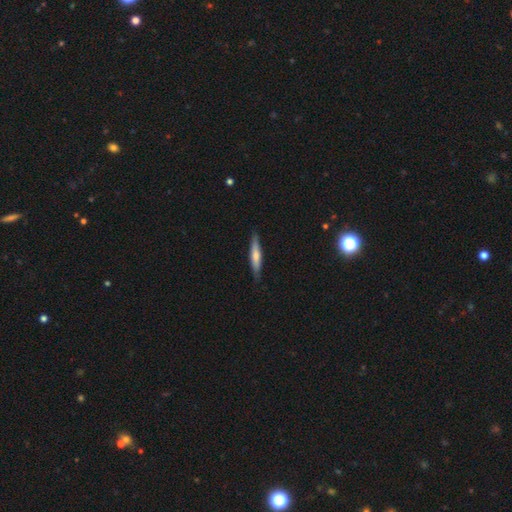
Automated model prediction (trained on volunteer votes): A smooth galaxy with no disk features (58%) that is cigar-shaped (89%). Merging: none (86%).